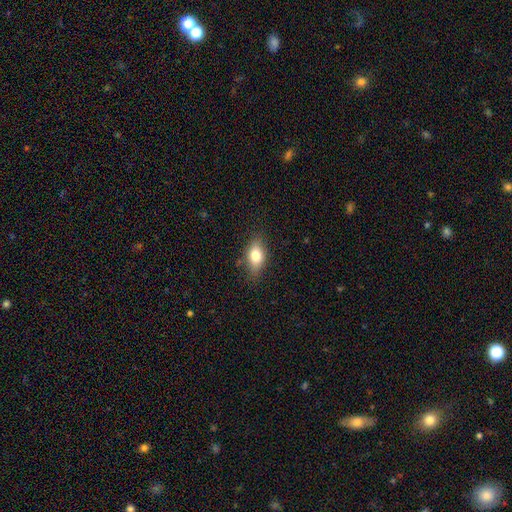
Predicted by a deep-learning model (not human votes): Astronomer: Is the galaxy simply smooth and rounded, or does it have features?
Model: smooth — 76%.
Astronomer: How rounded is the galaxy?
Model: in between — 83%.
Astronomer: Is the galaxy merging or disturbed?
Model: none — 80%.